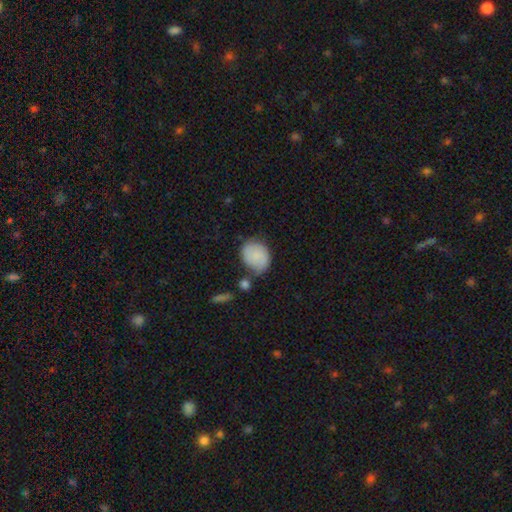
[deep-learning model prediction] The model was most divided on "how rounded": round: 53%, in between: 46%, cigar-shaped: 1%. More confident: smooth or featured — smooth (81%); merging — none (50%).